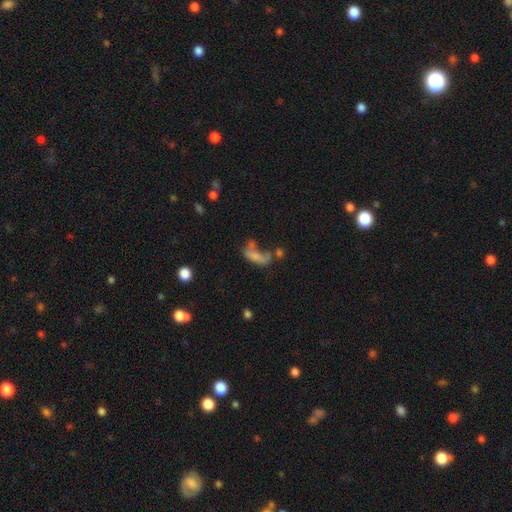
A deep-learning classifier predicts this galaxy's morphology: Smooth or featured: smooth — 62% (featured or disk — 25%)
How rounded: in between — 74% (cigar-shaped — 21%)
Merging: merger — 33% (major disturbance — 29%)